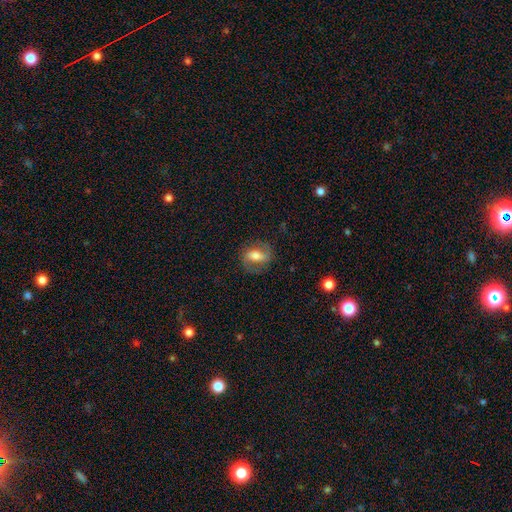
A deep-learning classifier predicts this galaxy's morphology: featured or disk 60%, smooth 33%, star or artifact 7%. Down the decision tree: edge-on disk — no (92%); bar — strong (47%); spiral arms — yes (80%); bulge size — moderate (57%); merging — none (75%).